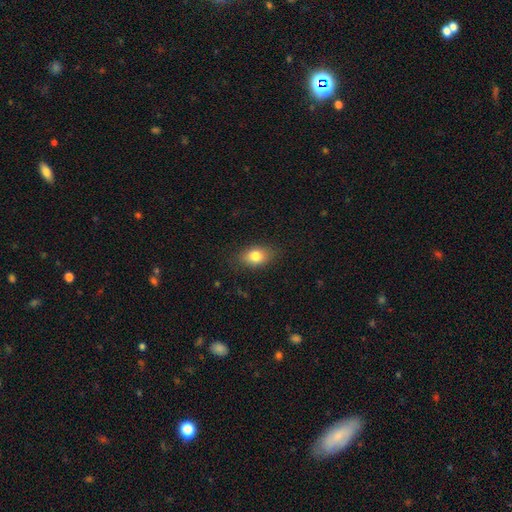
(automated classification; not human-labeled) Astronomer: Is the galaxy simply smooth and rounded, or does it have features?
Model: smooth — 81%.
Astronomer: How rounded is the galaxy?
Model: in between — 82%.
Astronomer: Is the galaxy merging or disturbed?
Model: none — 83%.